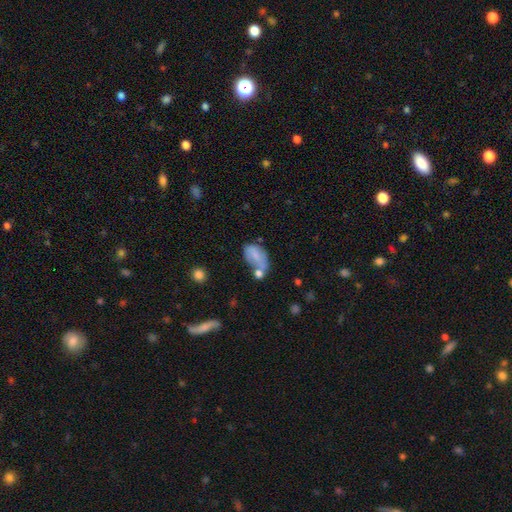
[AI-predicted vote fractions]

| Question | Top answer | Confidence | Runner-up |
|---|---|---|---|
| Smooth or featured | smooth | 69% | featured or disk (22%) |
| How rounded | in between | 91% | round (7%) |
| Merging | none | 33% | merger (29%) |